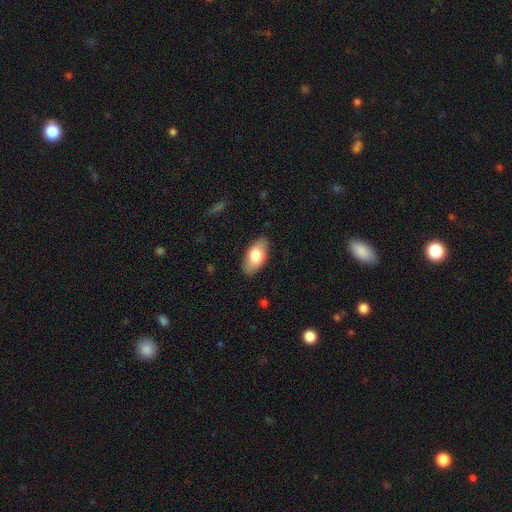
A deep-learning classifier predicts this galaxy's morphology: This is likely a smooth galaxy (74%). How rounded: clearly in between (93%). Merging: clearly none (86%).